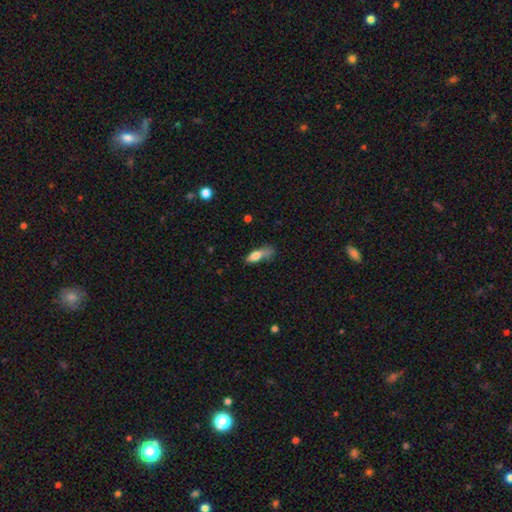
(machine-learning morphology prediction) Smooth or featured?
  - smooth: 72% *
  - featured or disk: 19%
  - star or artifact: 9%
How rounded?
  - in between: 63% *
  - cigar-shaped: 32%
  - round: 4%
Merging?
  - none: 32% *
  - minor disturbance: 31%
  - major disturbance: 26%
  - merger: 11%